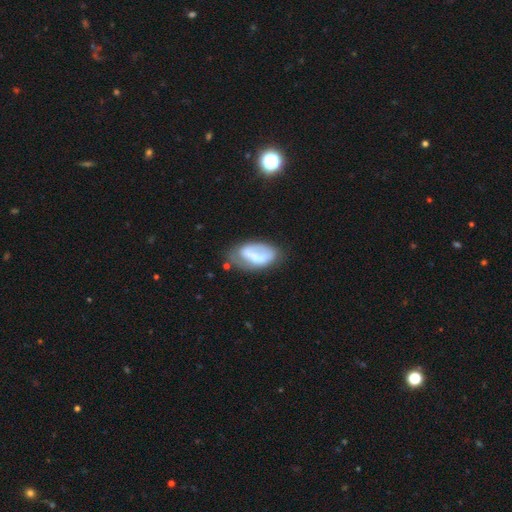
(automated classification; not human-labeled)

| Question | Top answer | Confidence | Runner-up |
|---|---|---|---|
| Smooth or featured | smooth | 52% | featured or disk (41%) |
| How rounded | in between | 92% | round (4%) |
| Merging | none | 46% | minor disturbance (30%) |